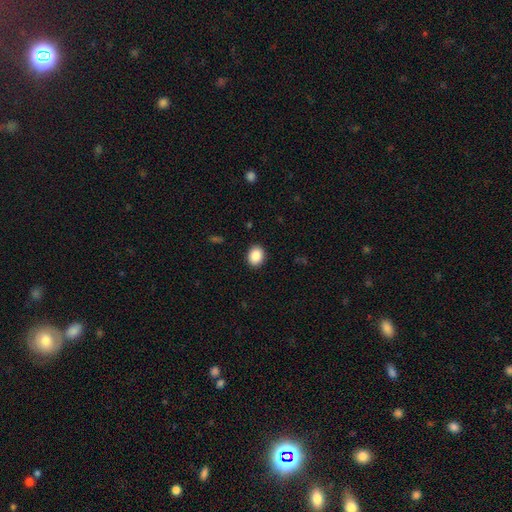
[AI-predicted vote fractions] Smooth or featured? smooth (88%)
How rounded? round (56%)
Merging? none (91%)